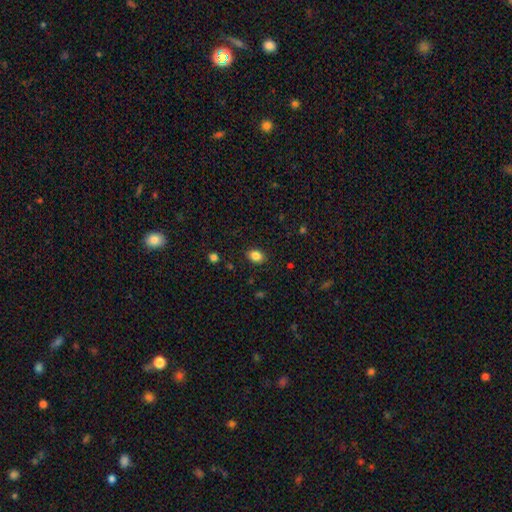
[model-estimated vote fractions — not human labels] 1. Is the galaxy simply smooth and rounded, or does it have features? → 84% smooth, 10% star or artifact, 6% featured or disk.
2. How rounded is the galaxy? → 71% in between, 28% round, 1% cigar-shaped.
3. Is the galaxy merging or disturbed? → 87% none, 9% minor disturbance, 2% major disturbance, 1% merger.